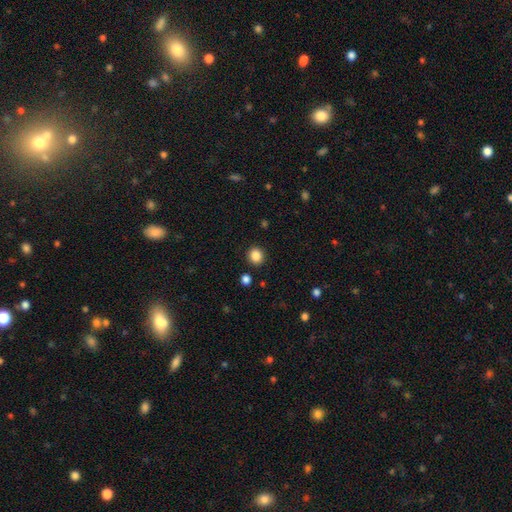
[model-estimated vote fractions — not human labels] smooth 86%, star or artifact 10%, featured or disk 4%. Down the decision tree: how rounded — round (84%); merging — none (91%).